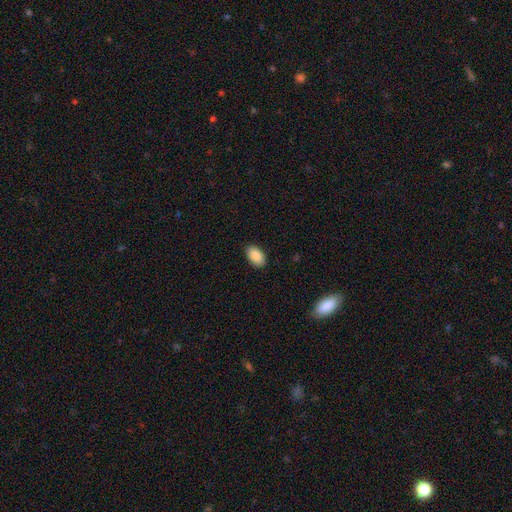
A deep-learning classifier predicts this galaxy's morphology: smooth_or_featured: smooth (p=0.89) [alt: star or artifact p=0.07]
how_rounded: in between (p=0.92) [alt: round p=0.07]
merging: none (p=0.89) [alt: minor disturbance p=0.08]